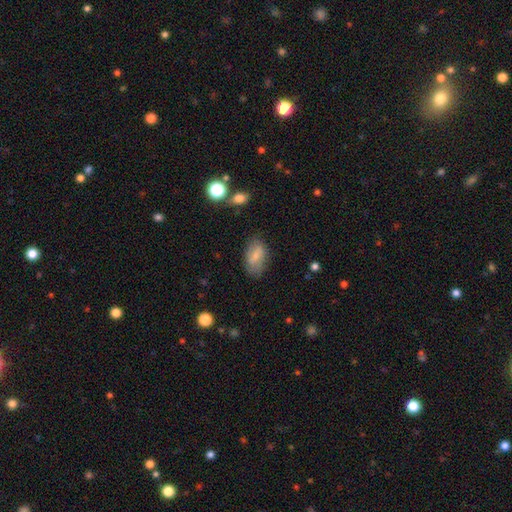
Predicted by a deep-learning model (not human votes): smooth_or_featured: smooth (p=0.64) [alt: featured or disk p=0.29]
how_rounded: in between (p=0.91) [alt: round p=0.06]
merging: none (p=0.76) [alt: minor disturbance p=0.18]